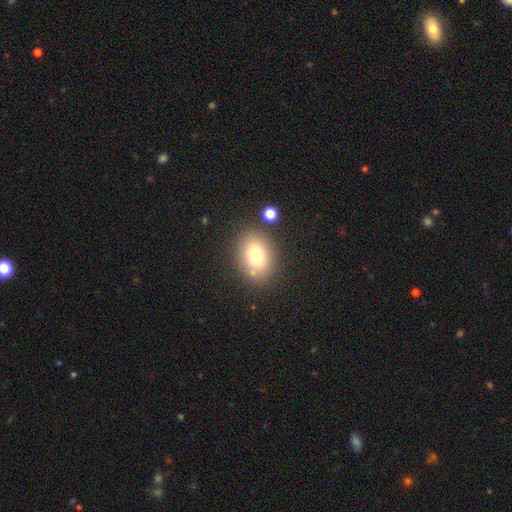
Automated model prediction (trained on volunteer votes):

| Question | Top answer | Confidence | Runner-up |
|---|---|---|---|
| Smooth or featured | smooth | 76% | featured or disk (13%) |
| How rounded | in between | 71% | round (28%) |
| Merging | none | 76% | minor disturbance (12%) |